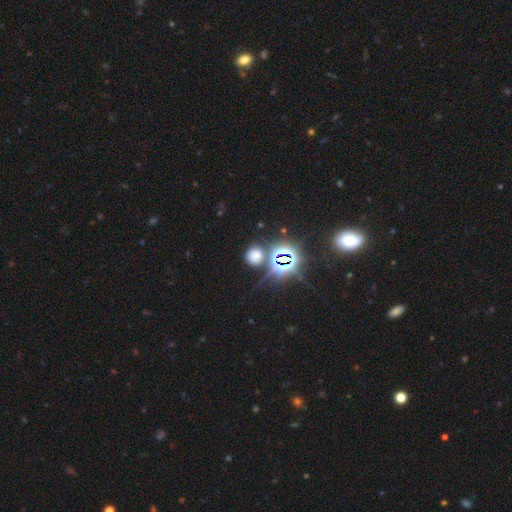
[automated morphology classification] smooth 49%, star or artifact 44%, featured or disk 8%. Down the decision tree: merging — none (73%).